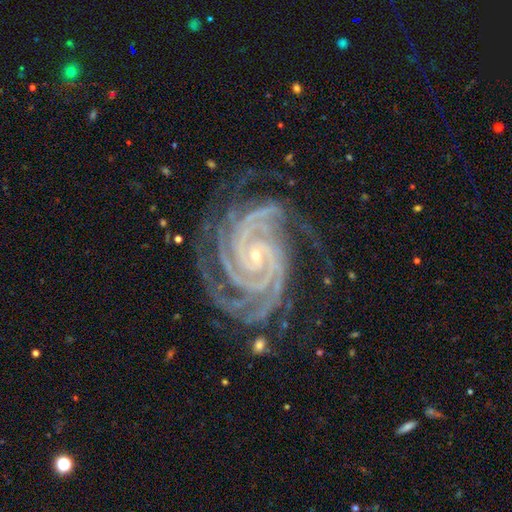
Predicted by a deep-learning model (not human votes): The model was most divided on "spiral arm count": 4: 32%, 3: 22%, more than 4: 15%, 2: 13%, can't tell: 10%, 1: 8%. More confident: spiral arms — yes (99%); edge-on disk — no (98%); smooth or featured — featured or disk (93%); bulge size — small (85%); spiral winding — tight (83%); merging — none (72%); bar — no (57%).